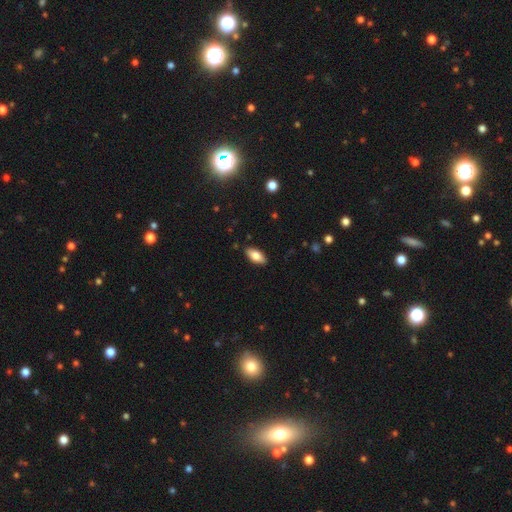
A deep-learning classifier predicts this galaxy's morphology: smooth-or-featured: smooth: 79% | featured or disk: 15% | star or artifact: 6%
  how-rounded: in between: 88% | cigar-shaped: 10% | round: 2%
  merging: none: 89% | minor disturbance: 8% | major disturbance: 2% | merger: 1%